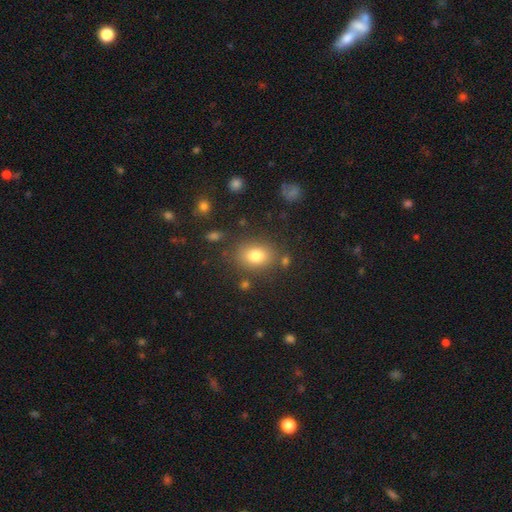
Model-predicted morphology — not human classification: The model was most divided on "how rounded": in between: 64%, round: 35%, cigar-shaped: 1%. More confident: smooth or featured — smooth (80%); merging — none (80%).